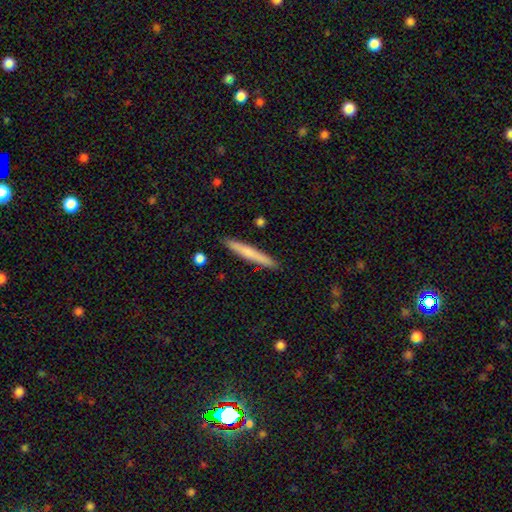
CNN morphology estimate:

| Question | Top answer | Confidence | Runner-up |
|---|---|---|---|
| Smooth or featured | smooth | 61% | featured or disk (33%) |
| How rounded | cigar-shaped | 96% | in between (2%) |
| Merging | none | 92% | minor disturbance (6%) |